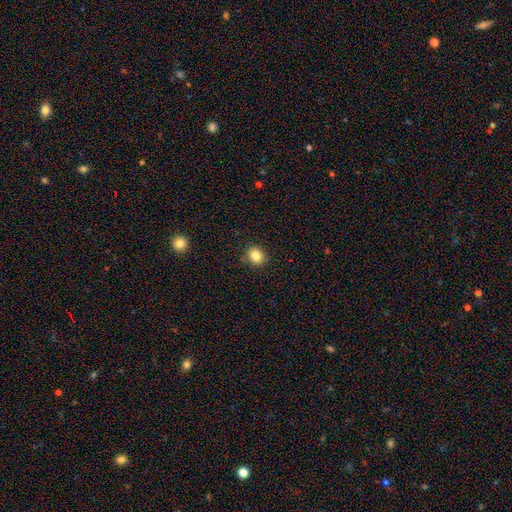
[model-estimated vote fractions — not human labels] Q: Smooth or featured?
A: smooth (84%); runner-up: star or artifact (11%)
Q: How rounded?
A: round (72%); runner-up: in between (27%)
Q: Merging?
A: none (87%); runner-up: minor disturbance (9%)